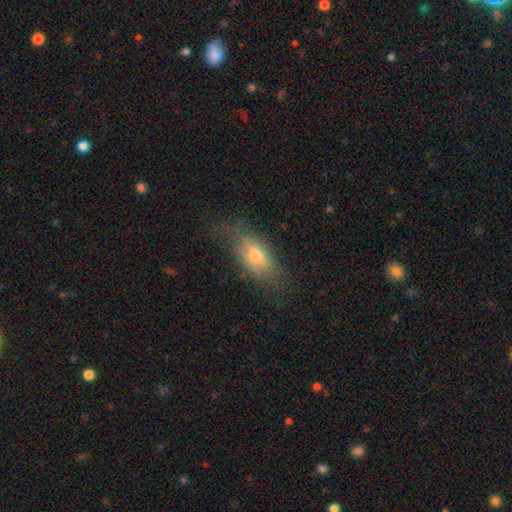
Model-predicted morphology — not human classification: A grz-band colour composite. It shows a smooth galaxy with no disk features (53%) that is in between round and cigar-shaped (74%). Merging: none (62%).